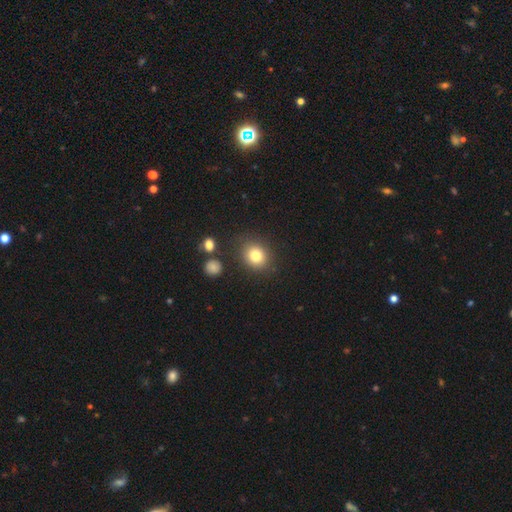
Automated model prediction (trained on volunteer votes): Smooth or featured? Predicted: smooth (p=0.82). How rounded? Predicted: round (p=0.67). Merging? Predicted: none (p=0.82).